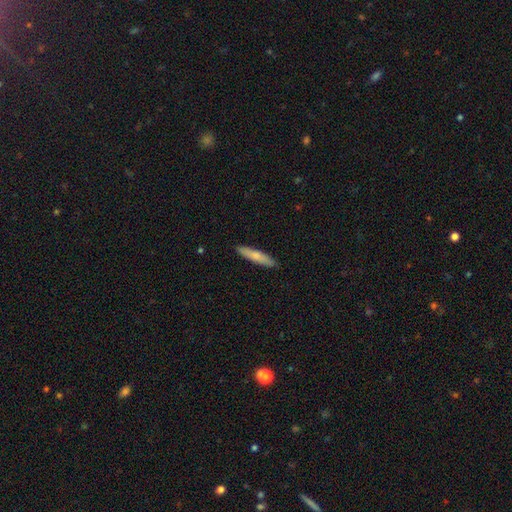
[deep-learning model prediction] smooth 73%, featured or disk 22%, star or artifact 5%. Down the decision tree: how rounded — cigar-shaped (89%); merging — none (90%).